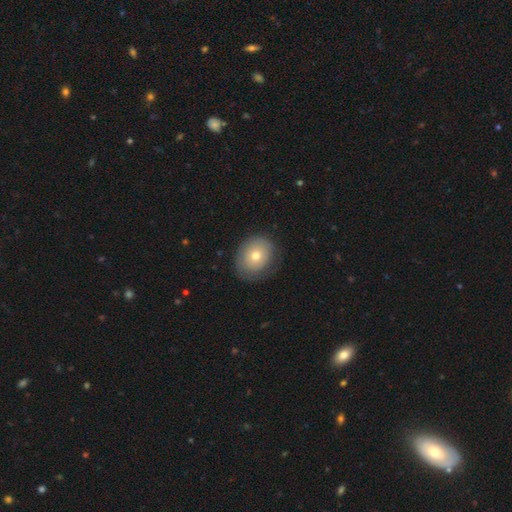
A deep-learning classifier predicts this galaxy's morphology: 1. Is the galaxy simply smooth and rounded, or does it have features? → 70% smooth, 22% featured or disk, 8% star or artifact.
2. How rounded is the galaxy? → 61% round, 38% in between, 1% cigar-shaped.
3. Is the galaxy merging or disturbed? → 75% none, 18% minor disturbance, 6% major disturbance, 1% merger.